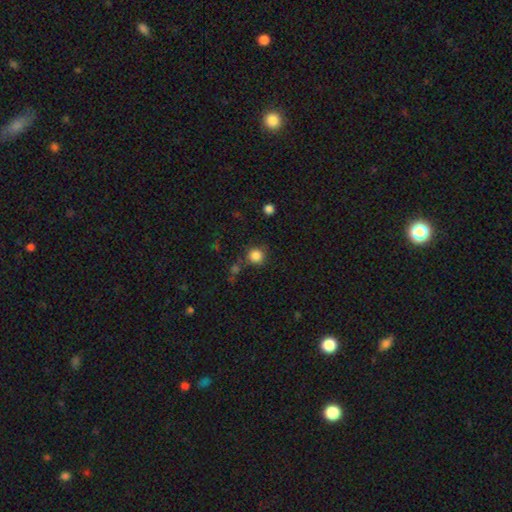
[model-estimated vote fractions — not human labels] smooth_or_featured: smooth (p=0.84) [alt: star or artifact p=0.12]
how_rounded: round (p=0.92) [alt: in between p=0.07]
merging: none (p=0.79) [alt: minor disturbance p=0.10]